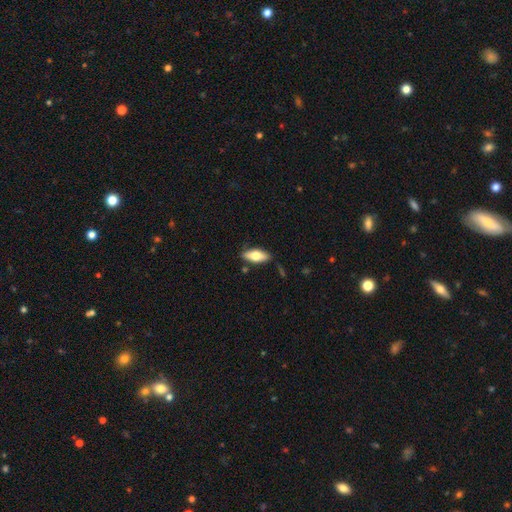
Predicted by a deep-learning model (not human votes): smooth_or_featured: smooth (p=0.65) [alt: featured or disk p=0.29]
how_rounded: in between (p=0.78) [alt: cigar-shaped p=0.20]
merging: none (p=0.81) [alt: minor disturbance p=0.14]